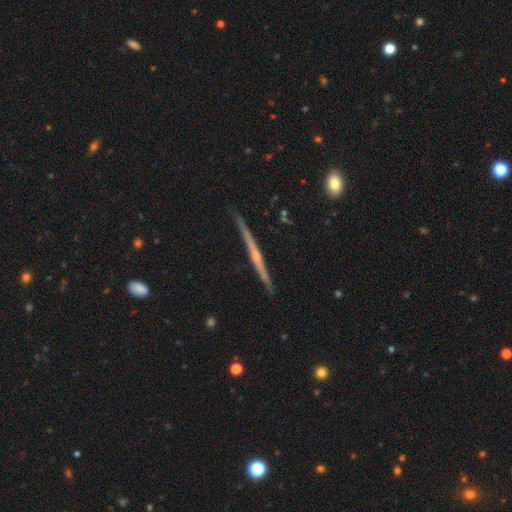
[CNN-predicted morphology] This appears to be a featured or disk galaxy (79%) viewed edge-on (98%) with a rounded central bulge (54%). Merging: none (90%).